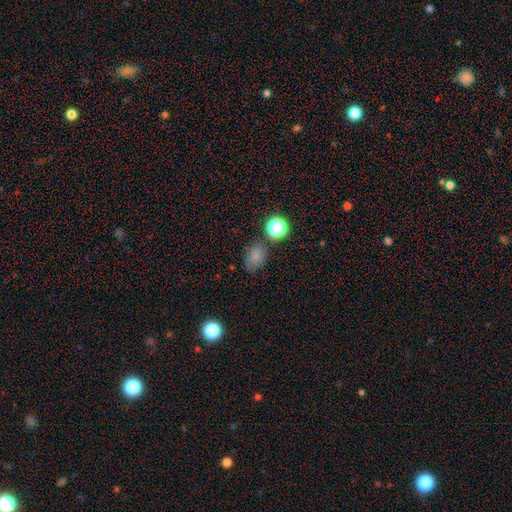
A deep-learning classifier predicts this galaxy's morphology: A smooth galaxy with no disk features (71%) that is in between round and cigar-shaped (64%). Merging: none (68%).